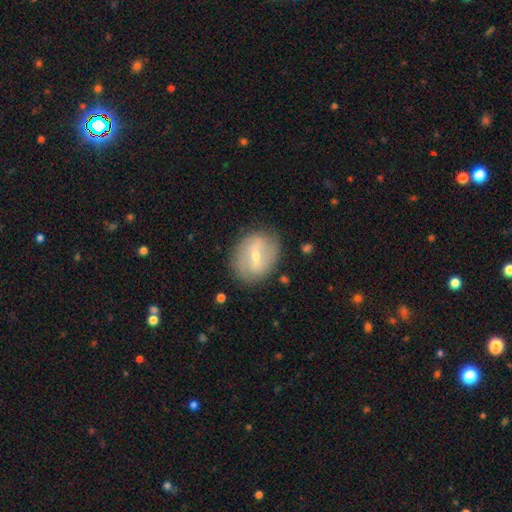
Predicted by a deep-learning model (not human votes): Smooth or featured? Predicted: featured or disk (p=0.63). Edge-on disk? Predicted: no (p=0.91). Bar? Predicted: strong (p=0.47). Spiral arms? Predicted: no (p=0.55). Bulge size? Predicted: small (p=0.57). Merging? Predicted: none (p=0.81).